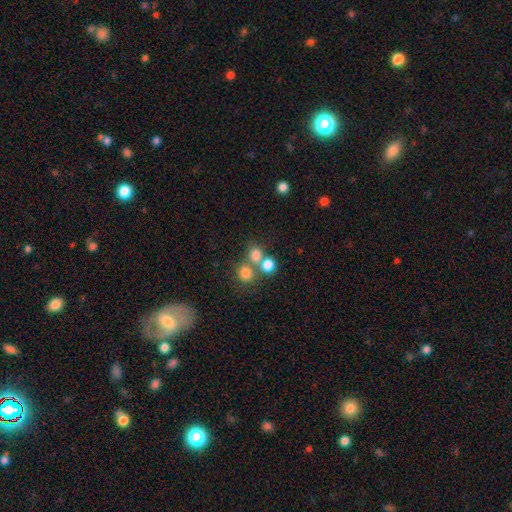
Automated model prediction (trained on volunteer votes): The model was most divided on "merging": none: 47%, merger: 41%, minor disturbance: 8%, major disturbance: 5%. More confident: how rounded — round (77%); smooth or featured — smooth (75%).